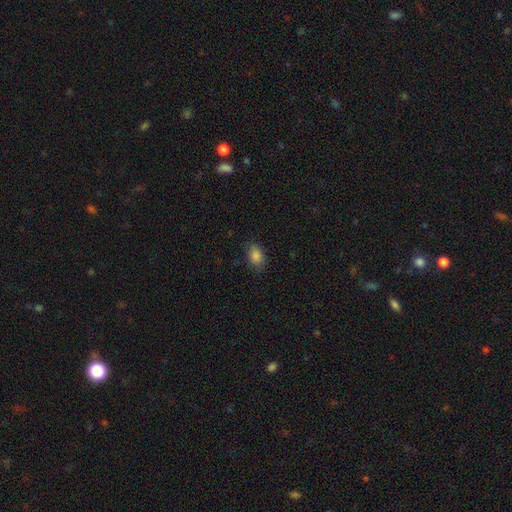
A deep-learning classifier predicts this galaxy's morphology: Smooth or featured: smooth — 86% (star or artifact — 10%)
How rounded: in between — 81% (round — 18%)
Merging: none — 82% (minor disturbance — 14%)